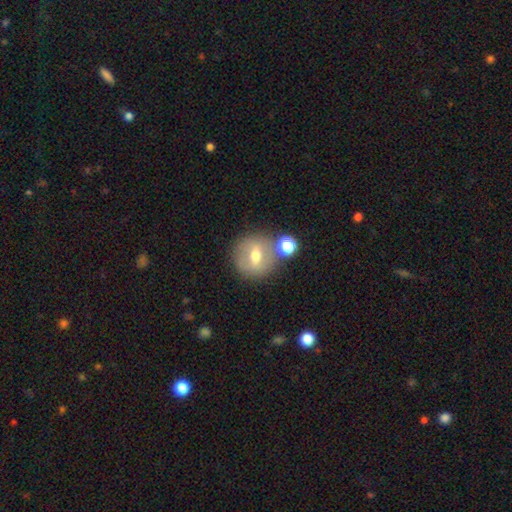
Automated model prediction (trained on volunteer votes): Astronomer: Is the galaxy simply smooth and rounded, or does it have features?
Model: smooth — 49% (runner-up: featured or disk, 40%).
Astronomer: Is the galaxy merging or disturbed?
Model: none — 70%.